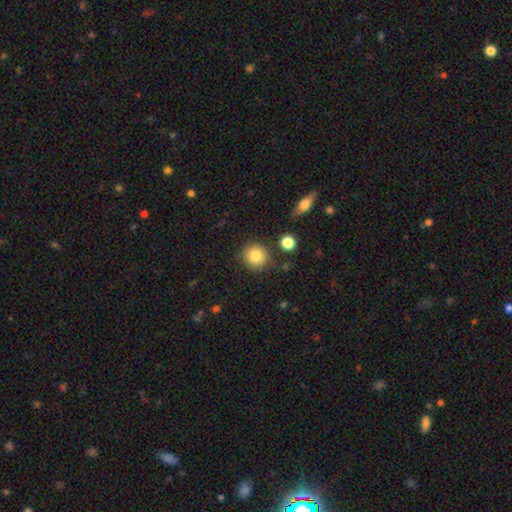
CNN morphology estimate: A smooth galaxy with no disk features (82%) that is round (91%). Merging: none (85%).